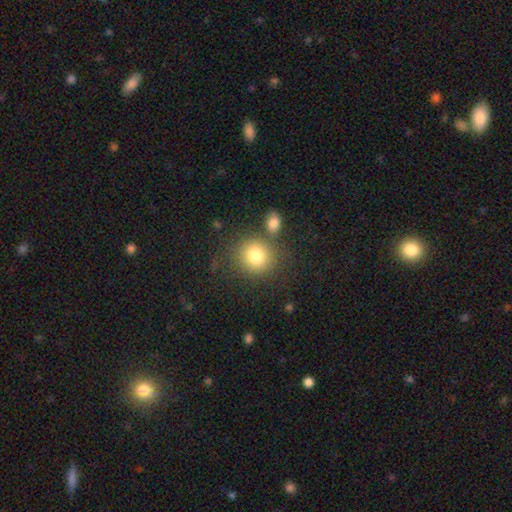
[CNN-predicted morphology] The model was most divided on "merging": none: 73%, merger: 13%, minor disturbance: 10%, major disturbance: 4%. More confident: how rounded — round (86%); smooth or featured — smooth (80%).